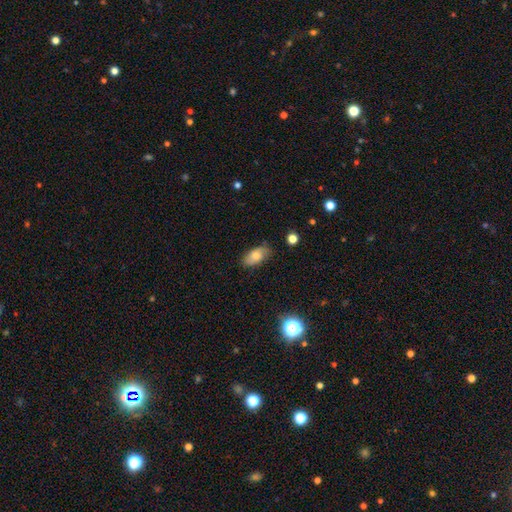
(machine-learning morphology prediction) Smooth or featured? smooth (72%)
How rounded? in between (91%)
Merging? none (79%)